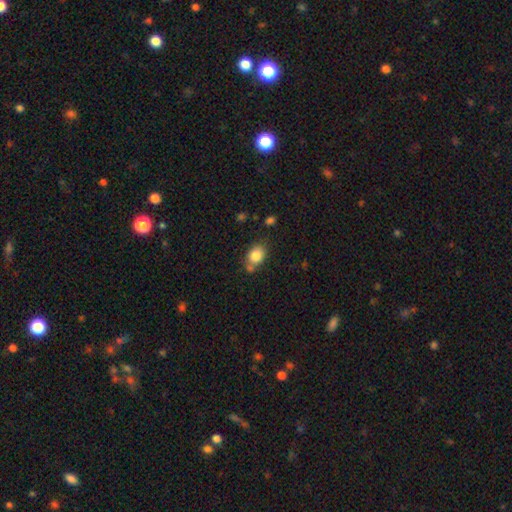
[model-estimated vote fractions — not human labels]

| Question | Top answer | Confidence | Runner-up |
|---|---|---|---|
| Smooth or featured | smooth | 83% | star or artifact (9%) |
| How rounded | in between | 61% | round (37%) |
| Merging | none | 63% | minor disturbance (18%) |